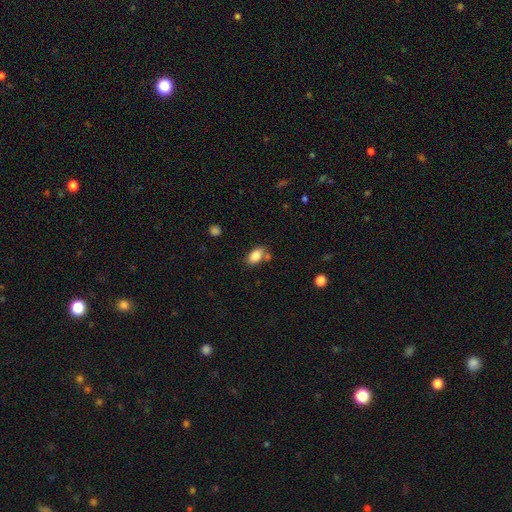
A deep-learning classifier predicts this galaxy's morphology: Overall: smooth (84%). How rounded: in between (90%). Merging: none (68%).